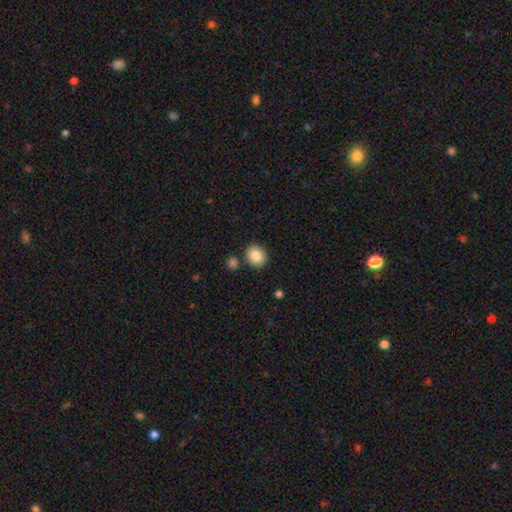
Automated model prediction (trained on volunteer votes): Overall: smooth (85%). How rounded: round (74%). Merging: none (83%).